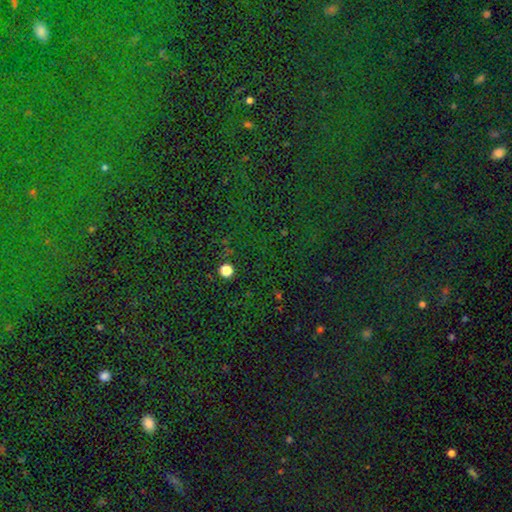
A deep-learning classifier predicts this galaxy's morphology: Smooth or featured? star or artifact (83%)